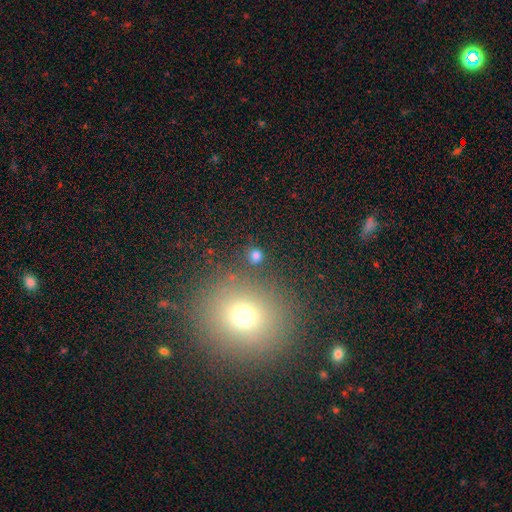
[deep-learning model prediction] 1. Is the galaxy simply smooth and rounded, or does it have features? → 78% smooth, 17% star or artifact, 5% featured or disk.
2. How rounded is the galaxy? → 88% round, 11% in between, 1% cigar-shaped.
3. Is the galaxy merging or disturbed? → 84% none, 7% minor disturbance, 5% merger, 3% major disturbance.